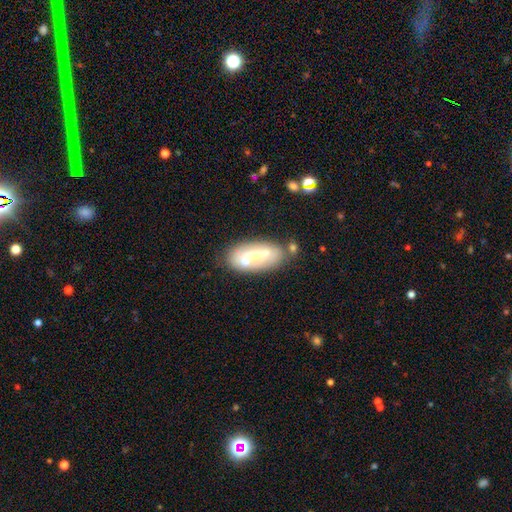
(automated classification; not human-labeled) A featured or disk galaxy (46%, tied with smooth). Merging: none (58%).